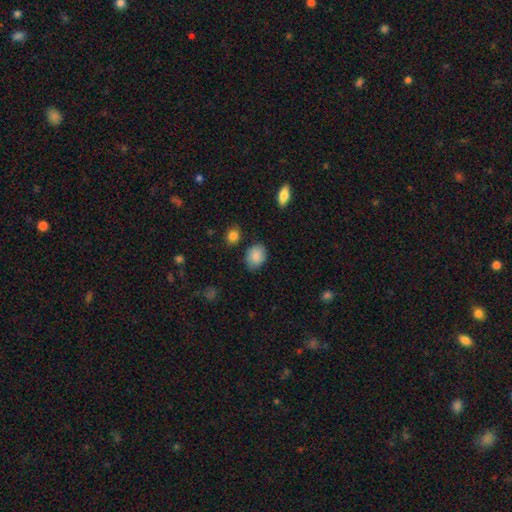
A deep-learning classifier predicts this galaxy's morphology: type=smooth (87%); roundness=in between (60%); merging=none (76%).